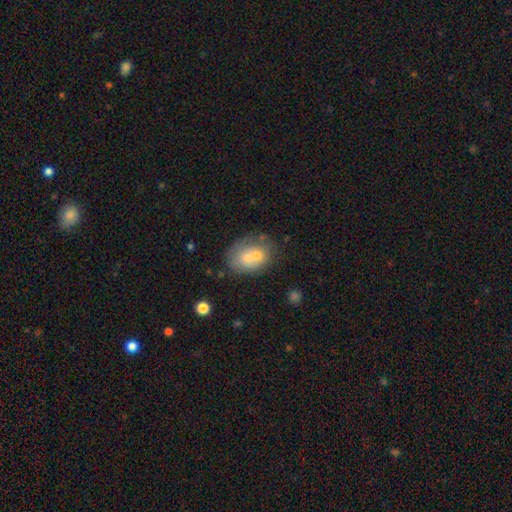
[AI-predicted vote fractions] The model was most divided on "merging": none: 39%, merger: 37%, minor disturbance: 16%, major disturbance: 7%. More confident: how rounded — in between (66%); smooth or featured — smooth (60%).